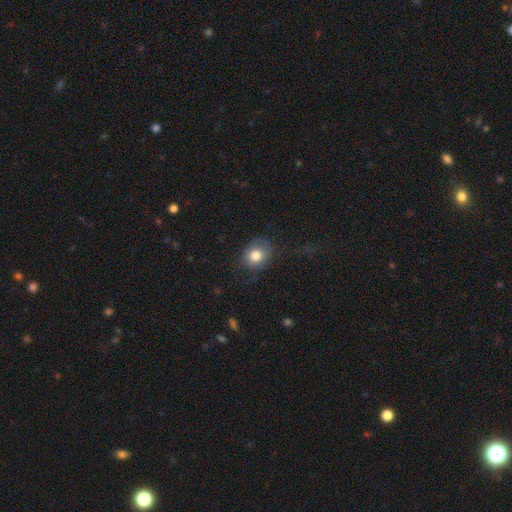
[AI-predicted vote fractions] Smooth or featured?
  - smooth: 80% *
  - featured or disk: 11%
  - star or artifact: 9%
How rounded?
  - round: 65% *
  - in between: 34%
  - cigar-shaped: 1%
Merging?
  - none: 67% *
  - minor disturbance: 20%
  - major disturbance: 12%
  - merger: 1%